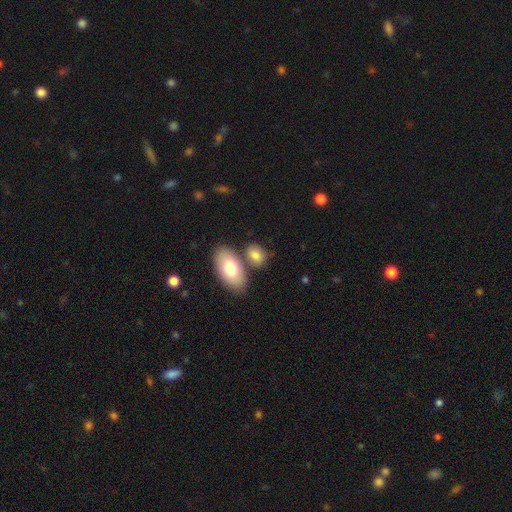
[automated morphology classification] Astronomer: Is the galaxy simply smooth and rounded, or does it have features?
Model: smooth — 80%.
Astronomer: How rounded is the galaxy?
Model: in between — 85%.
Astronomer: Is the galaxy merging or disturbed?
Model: none — 59%.